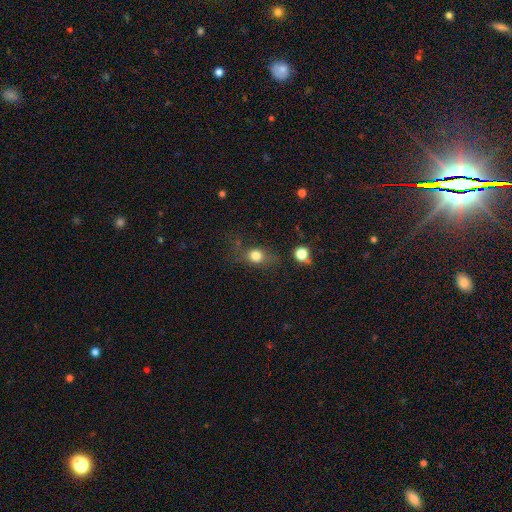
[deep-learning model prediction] Smooth or featured?
  - smooth: 74% *
  - star or artifact: 14%
  - featured or disk: 12%
How rounded?
  - round: 60% *
  - in between: 36%
  - cigar-shaped: 3%
Merging?
  - none: 58% *
  - minor disturbance: 22%
  - major disturbance: 15%
  - merger: 4%